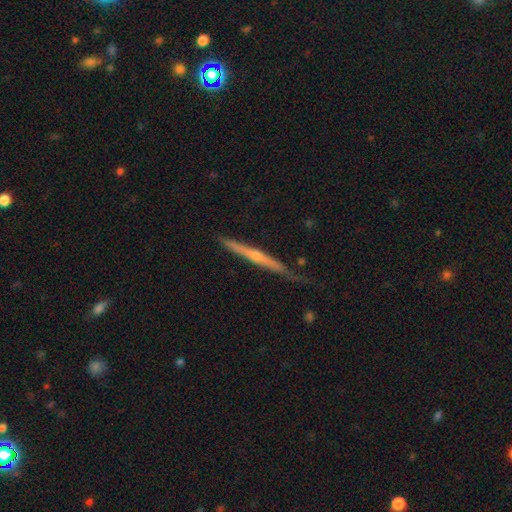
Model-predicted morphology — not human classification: smooth_or_featured: featured or disk (p=0.73) [alt: smooth p=0.20]
disk_edge_on: yes (p=0.97) [alt: no p=0.03]
edge_on_bulge: rounded (p=0.65) [alt: none p=0.28]
merging: none (p=0.82) [alt: minor disturbance p=0.14]